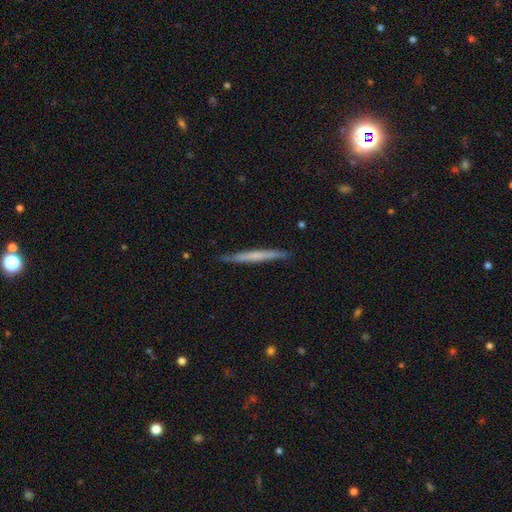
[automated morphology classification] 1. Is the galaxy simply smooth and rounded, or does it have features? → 51% smooth, 43% featured or disk, 6% star or artifact.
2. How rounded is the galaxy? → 97% cigar-shaped, 2% in between, 1% round.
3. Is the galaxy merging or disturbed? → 89% none, 9% minor disturbance, 2% major disturbance, 1% merger.